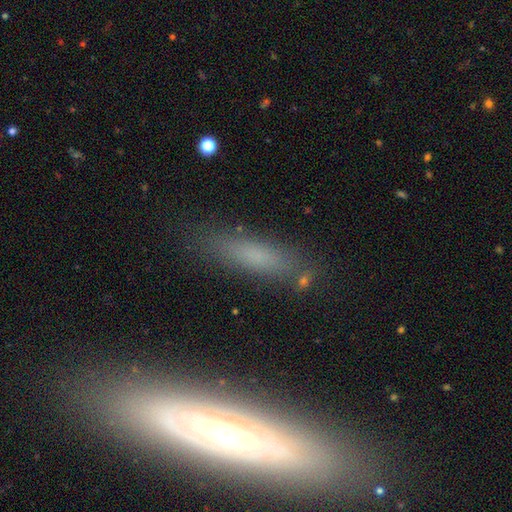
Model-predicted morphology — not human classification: Q: Smooth or featured?
A: featured or disk (44%); runner-up: smooth (42%)
Q: Merging?
A: none (78%); runner-up: minor disturbance (14%)